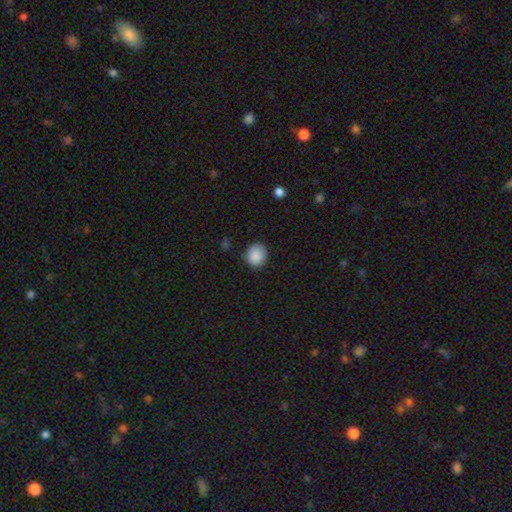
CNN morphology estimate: The model was most divided on "how rounded": round: 74%, in between: 25%, cigar-shaped: 1%. More confident: smooth or featured — smooth (88%); merging — none (84%).